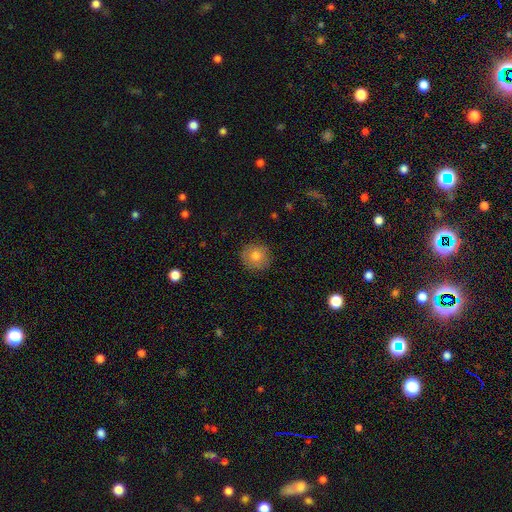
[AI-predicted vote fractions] Smooth or featured: smooth — 78% (featured or disk — 13%)
How rounded: round — 92% (in between — 7%)
Merging: none — 88% (minor disturbance — 9%)